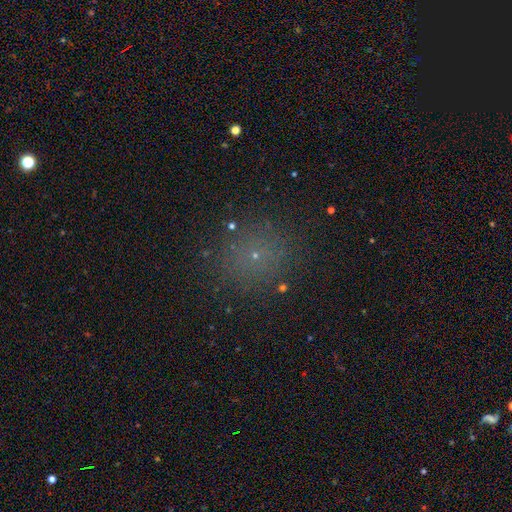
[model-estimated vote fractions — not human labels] Overall: smooth (60%; star or artifact 32%). How rounded: round (90%). Merging: none (87%).